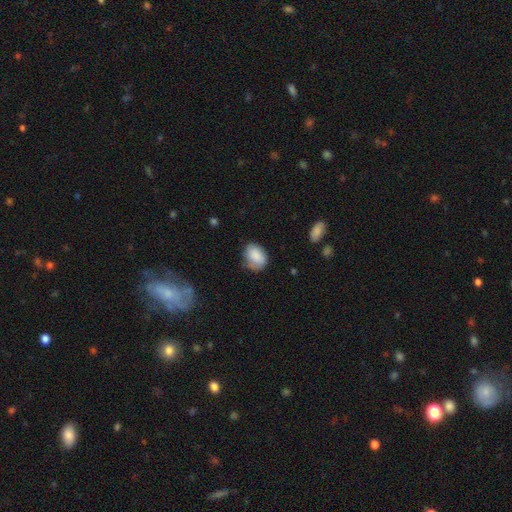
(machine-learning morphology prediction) smooth 84%, featured or disk 9%, star or artifact 7%. Down the decision tree: how rounded — in between (70%); merging — none (61%).